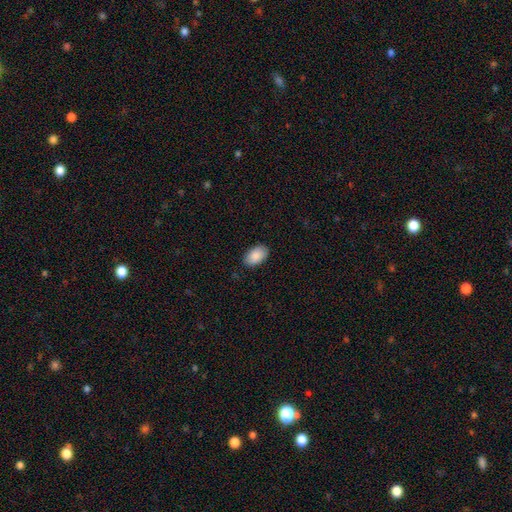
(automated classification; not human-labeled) Q: Smooth or featured?
A: smooth (89%); runner-up: star or artifact (6%)
Q: How rounded?
A: in between (94%); runner-up: round (5%)
Q: Merging?
A: none (87%); runner-up: minor disturbance (10%)